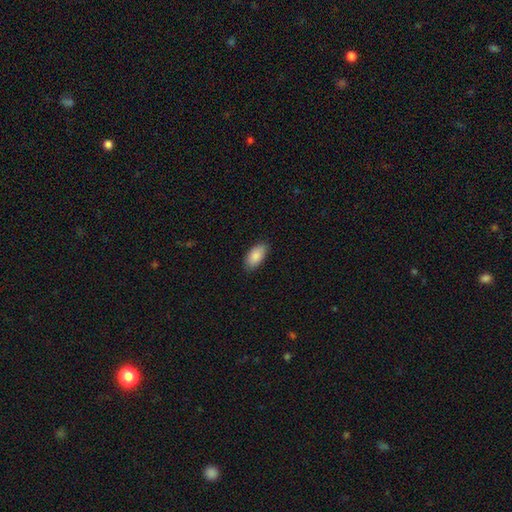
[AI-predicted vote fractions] The model was most divided on "merging": none: 85%, minor disturbance: 12%, major disturbance: 2%, merger: 1%. More confident: how rounded — in between (94%); smooth or featured — smooth (88%).